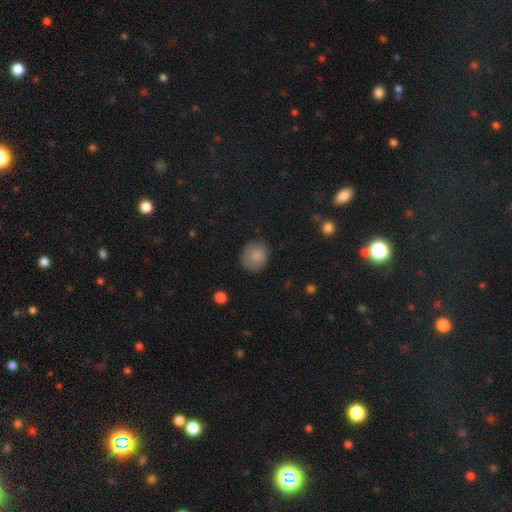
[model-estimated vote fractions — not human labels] Overall: smooth (83%). How rounded: round (81%). Merging: none (77%).